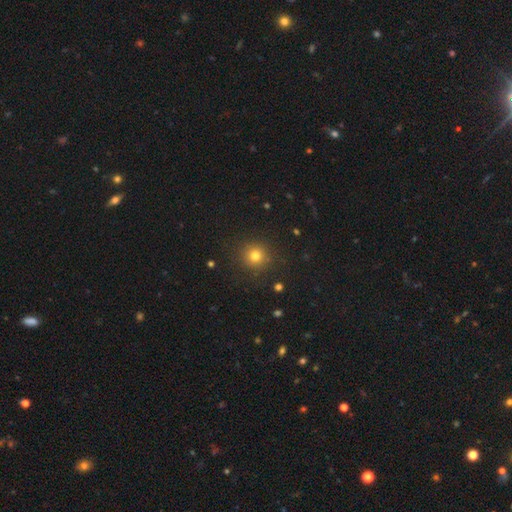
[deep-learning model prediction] Smooth or featured? Predicted: smooth (p=0.78). How rounded? Predicted: round (p=0.94). Merging? Predicted: none (p=0.90).